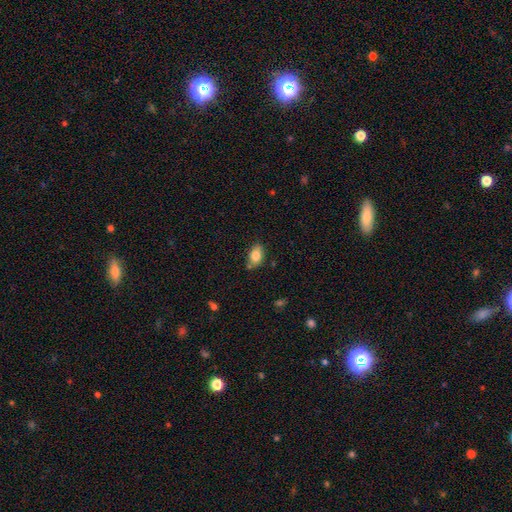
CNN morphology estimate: type=smooth (80%); roundness=in between (83%); merging=none (75%).